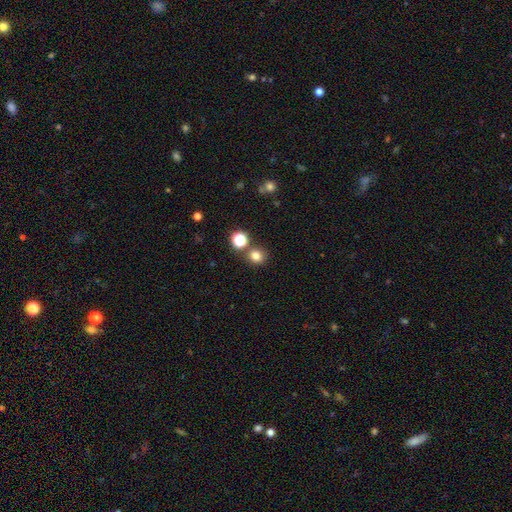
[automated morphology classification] Smooth or featured?
  - smooth: 78% *
  - star or artifact: 17%
  - featured or disk: 6%
How rounded?
  - round: 82% *
  - in between: 17%
  - cigar-shaped: 1%
Merging?
  - none: 77% *
  - merger: 12%
  - minor disturbance: 8%
  - major disturbance: 3%